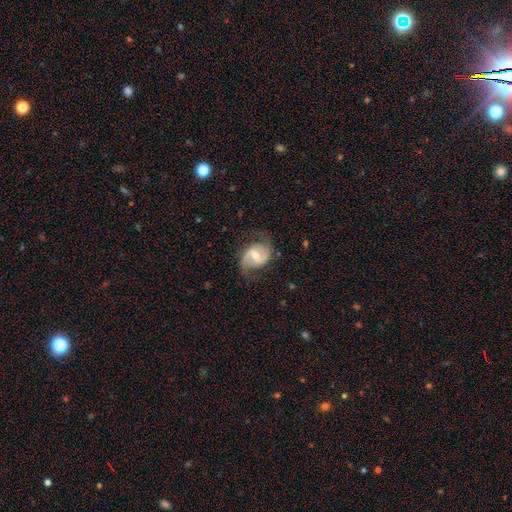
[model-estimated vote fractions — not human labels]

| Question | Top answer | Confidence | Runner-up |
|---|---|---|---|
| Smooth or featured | featured or disk | 85% | smooth (10%) |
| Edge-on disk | no | 98% | yes (2%) |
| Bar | weak | 51% | no (26%) |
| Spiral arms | yes | 96% | no (4%) |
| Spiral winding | medium | 48% | loose (38%) |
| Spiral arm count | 2 | 88% | 1 (5%) |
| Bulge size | moderate | 56% | small (38%) |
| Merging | none | 73% | minor disturbance (17%) |